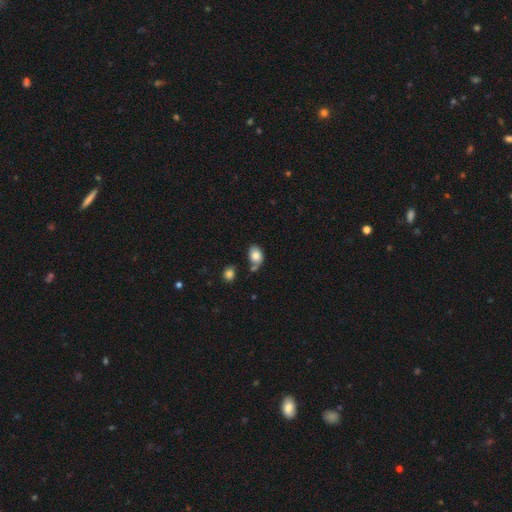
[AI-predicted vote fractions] smooth 81%, featured or disk 11%, star or artifact 8%. Down the decision tree: how rounded — in between (79%); merging — none (52%).